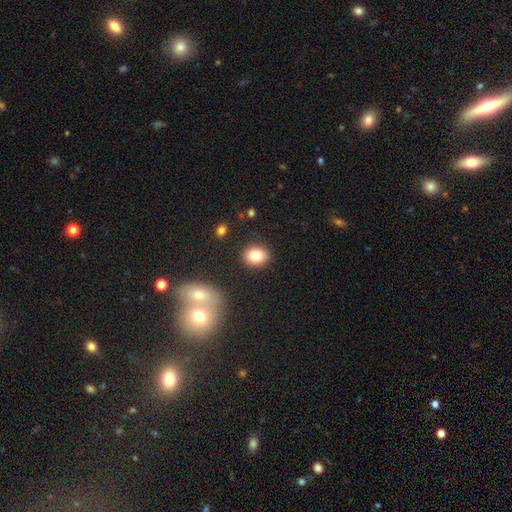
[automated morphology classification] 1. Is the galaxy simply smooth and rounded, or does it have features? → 82% smooth, 10% star or artifact, 8% featured or disk.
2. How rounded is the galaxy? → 61% round, 38% in between, 1% cigar-shaped.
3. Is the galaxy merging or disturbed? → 88% none, 7% minor disturbance, 3% merger, 2% major disturbance.